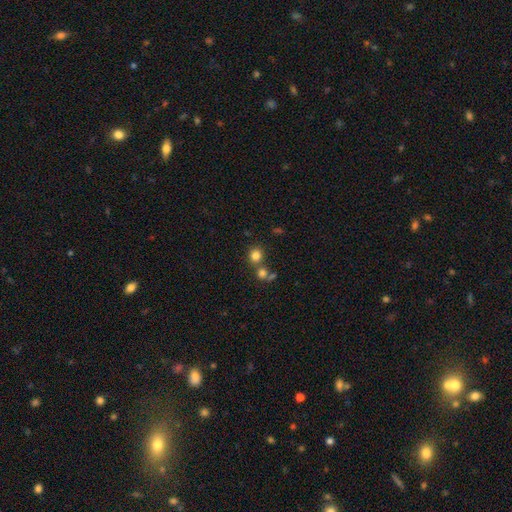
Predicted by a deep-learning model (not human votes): Smooth or featured?
  - smooth: 80% *
  - star or artifact: 13%
  - featured or disk: 6%
How rounded?
  - round: 86% *
  - in between: 13%
  - cigar-shaped: 1%
Merging?
  - none: 65% *
  - merger: 24%
  - minor disturbance: 8%
  - major disturbance: 3%